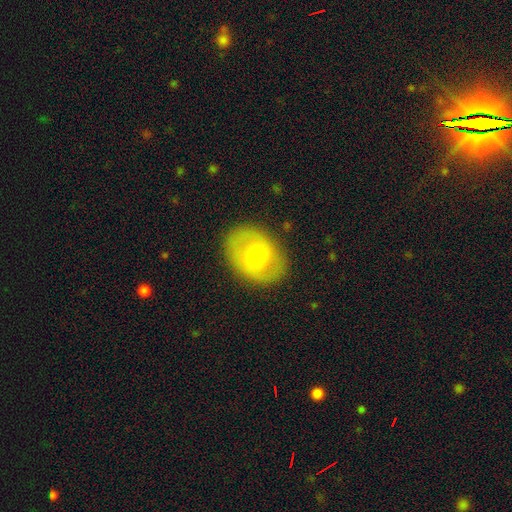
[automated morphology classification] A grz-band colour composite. It shows a smooth galaxy with no disk features (47%). Merging: none (85%).